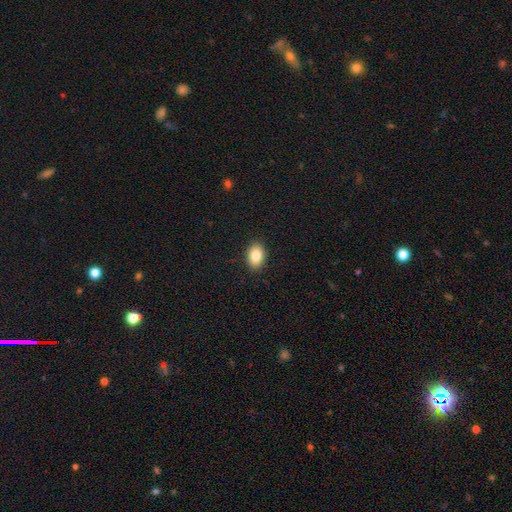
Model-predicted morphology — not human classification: type=smooth (85%); roundness=in between (84%); merging=none (90%).